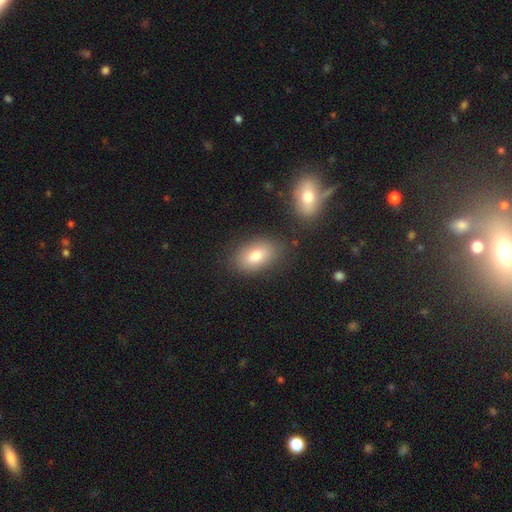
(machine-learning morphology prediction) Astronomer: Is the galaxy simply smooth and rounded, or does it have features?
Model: smooth — 79%.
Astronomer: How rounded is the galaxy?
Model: in between — 89%.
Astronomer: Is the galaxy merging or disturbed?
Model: none — 79%.